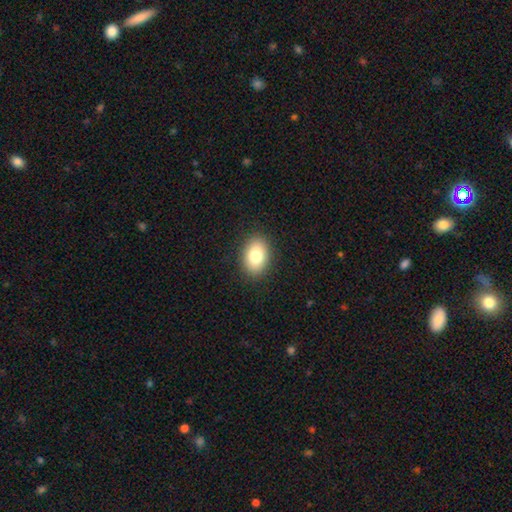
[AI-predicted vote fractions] Smooth or featured?
  - smooth: 80% *
  - featured or disk: 12%
  - star or artifact: 8%
How rounded?
  - in between: 82% *
  - round: 17%
  - cigar-shaped: 1%
Merging?
  - none: 89% *
  - minor disturbance: 8%
  - major disturbance: 2%
  - merger: 1%